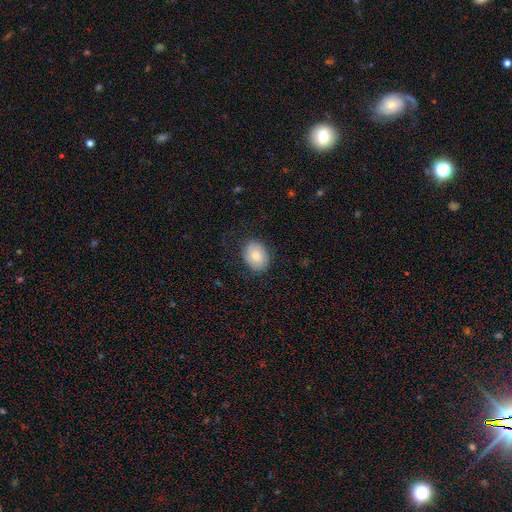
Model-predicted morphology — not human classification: smooth 76%, featured or disk 16%, star or artifact 8%. Down the decision tree: how rounded — in between (64%); merging — none (80%).